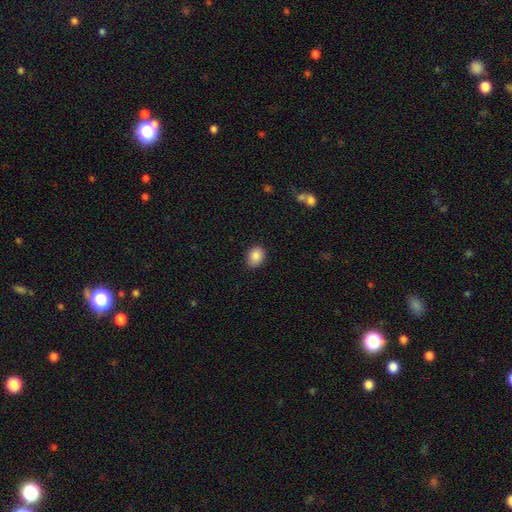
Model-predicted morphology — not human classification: Smooth or featured?
  - smooth: 87% *
  - star or artifact: 8%
  - featured or disk: 5%
How rounded?
  - in between: 62% *
  - round: 37%
  - cigar-shaped: 1%
Merging?
  - none: 87% *
  - minor disturbance: 10%
  - major disturbance: 2%
  - merger: 1%